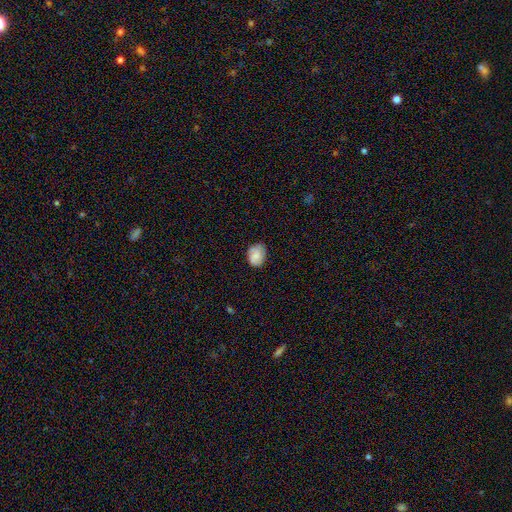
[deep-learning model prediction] A smooth galaxy with no disk features (70%) that is in between round and cigar-shaped (59%). Merging: none (70%).